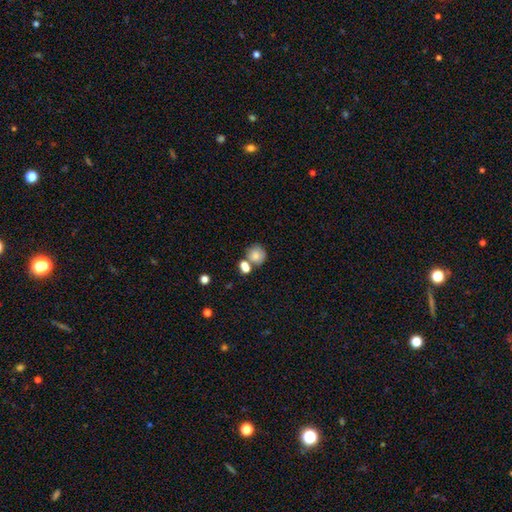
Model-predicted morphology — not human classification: This appears to be a smooth galaxy with no disk features (80%) that is round (84%). Merging: none (51%).